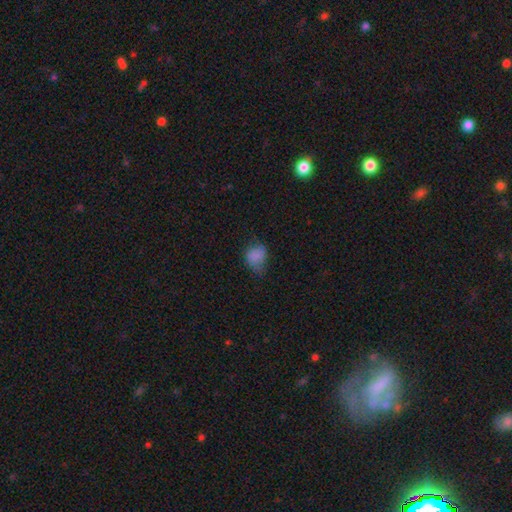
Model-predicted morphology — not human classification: This is likely a smooth galaxy (79%). How rounded: possibly in between (50%). Merging: marginally none (45%).